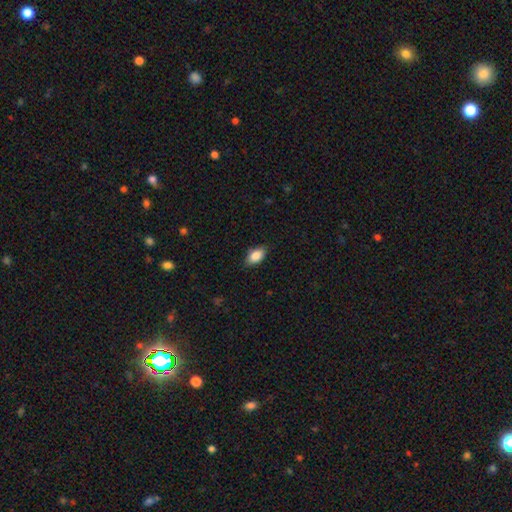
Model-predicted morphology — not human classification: smooth 86%, star or artifact 7%, featured or disk 6%. Down the decision tree: how rounded — in between (91%); merging — none (85%).